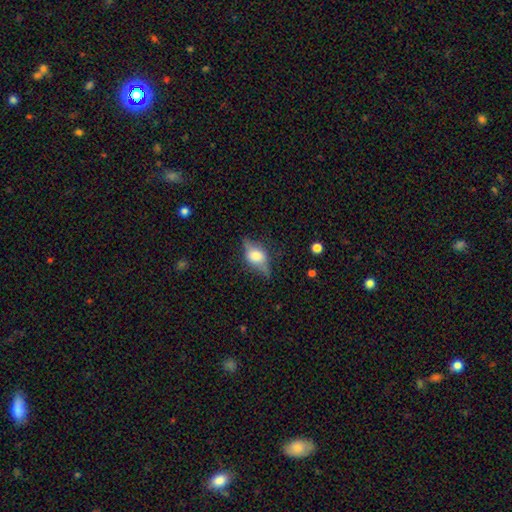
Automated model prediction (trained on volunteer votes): Smooth or featured? Predicted: featured or disk (p=0.49). Merging? Predicted: none (p=0.64).